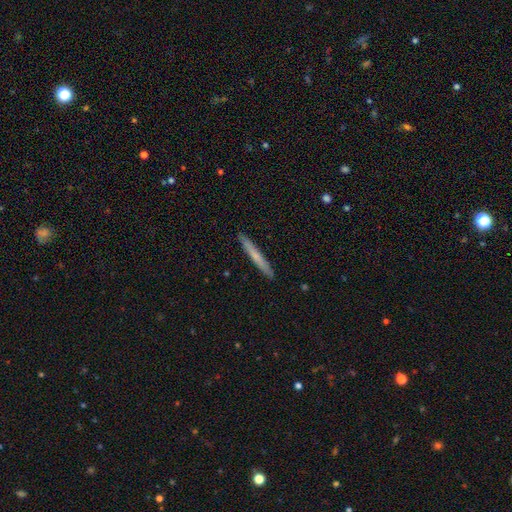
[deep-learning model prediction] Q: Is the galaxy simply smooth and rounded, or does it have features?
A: smooth — 65%.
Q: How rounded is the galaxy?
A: cigar-shaped — 97%.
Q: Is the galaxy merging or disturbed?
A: none — 92%.